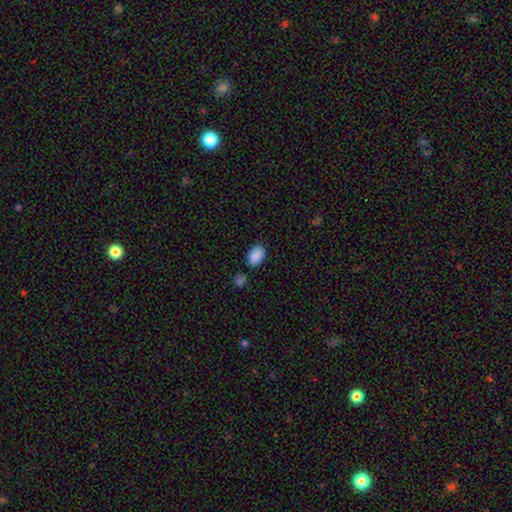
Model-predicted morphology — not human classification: Smooth or featured? smooth (89%)
How rounded? in between (88%)
Merging? none (78%)